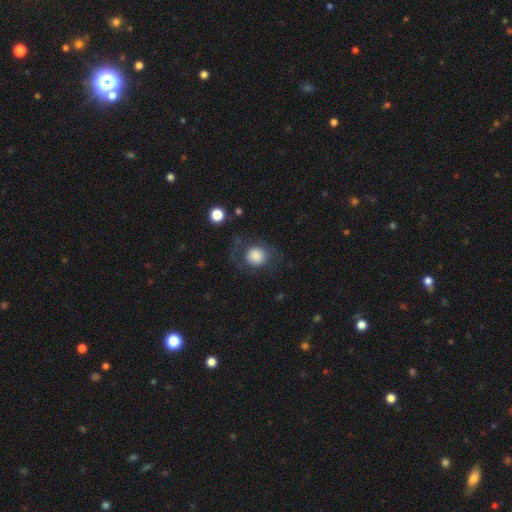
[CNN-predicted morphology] A smooth galaxy with no disk features (76%) that is round (80%).

Vote fractions:
- Smooth or featured? smooth: 76% / featured or disk: 15% / star or artifact: 9%
- How rounded? round: 80% / in between: 19% / cigar-shaped: 1%
- Merging? none: 62% / minor disturbance: 18% / major disturbance: 18% / merger: 2%